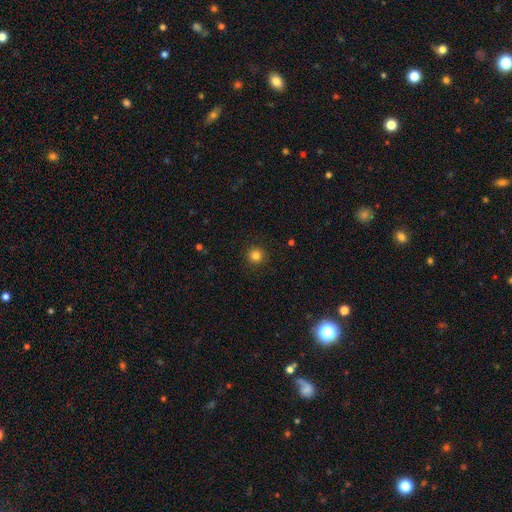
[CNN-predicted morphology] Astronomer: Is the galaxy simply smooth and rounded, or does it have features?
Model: smooth — 83%.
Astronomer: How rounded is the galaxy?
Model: round — 95%.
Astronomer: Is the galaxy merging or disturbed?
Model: none — 92%.